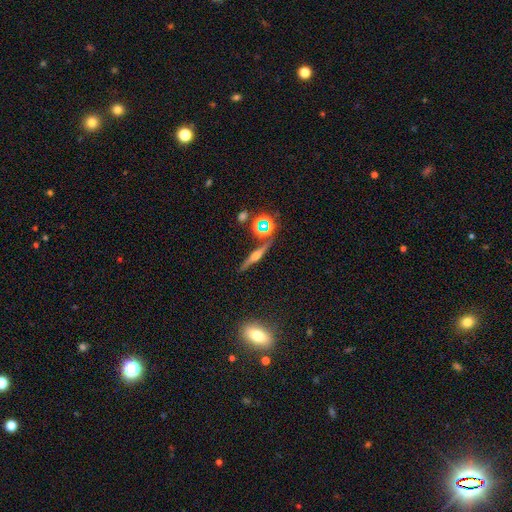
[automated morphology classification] Smooth or featured?
  - featured or disk: 62% *
  - smooth: 23%
  - star or artifact: 16%
Edge-on disk?
  - yes: 93% *
  - no: 7%
Edge-on bulge?
  - rounded: 81% *
  - boxy: 12%
  - none: 7%
Merging?
  - none: 81% *
  - minor disturbance: 11%
  - merger: 5%
  - major disturbance: 3%